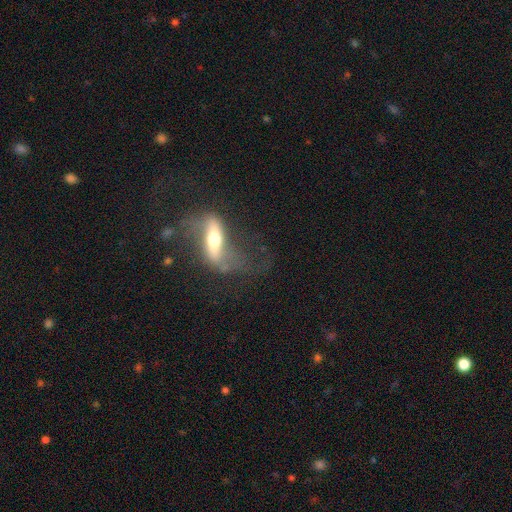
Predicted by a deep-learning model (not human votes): Overall: featured or disk (79%). Edge-on disk: no (80%). Bar: strong (49%; weak 32%). Spiral arms: yes (82%). Spiral arm count: 2 (85%). Spiral winding: loose (72%). Bulge size: moderate (61%; small 24%). Merging: none (50%; major disturbance 28%).